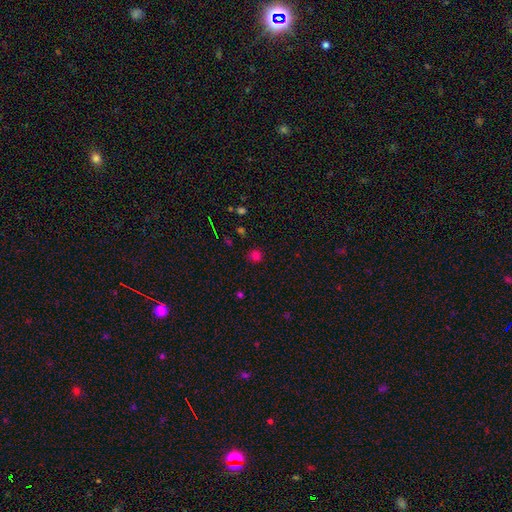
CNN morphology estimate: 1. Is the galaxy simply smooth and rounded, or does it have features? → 72% smooth, 24% star or artifact, 5% featured or disk.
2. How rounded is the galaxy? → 87% round, 12% in between, 1% cigar-shaped.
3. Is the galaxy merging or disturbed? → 83% none, 11% minor disturbance, 3% major disturbance, 2% merger.